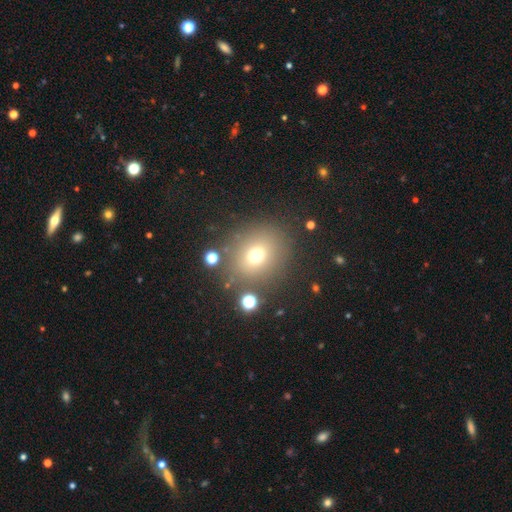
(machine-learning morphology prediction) Smooth or featured?
  - smooth: 69% *
  - star or artifact: 19%
  - featured or disk: 12%
How rounded?
  - round: 77% *
  - in between: 22%
  - cigar-shaped: 1%
Merging?
  - none: 81% *
  - minor disturbance: 10%
  - major disturbance: 5%
  - merger: 4%